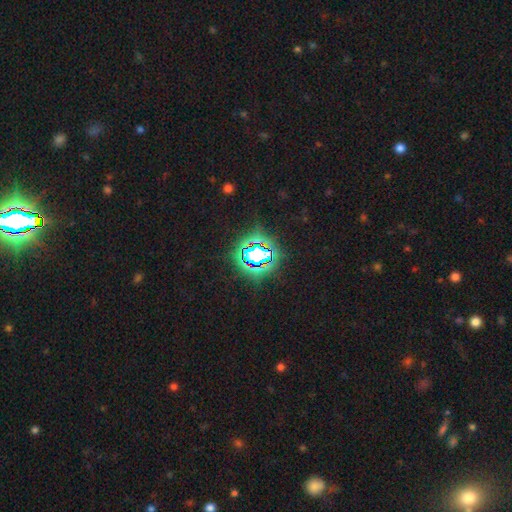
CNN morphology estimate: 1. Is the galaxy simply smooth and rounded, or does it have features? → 76% star or artifact, 14% smooth, 11% featured or disk.